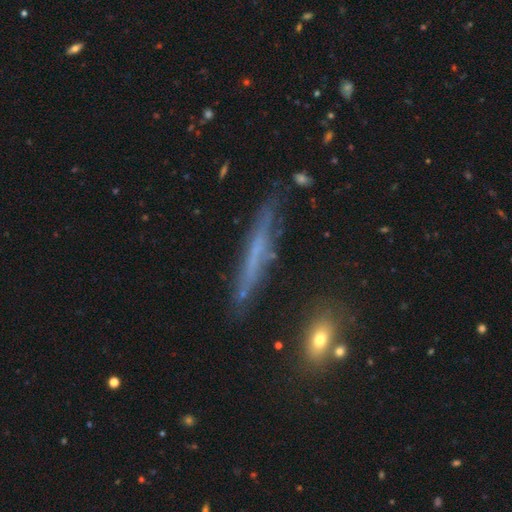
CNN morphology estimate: Smooth or featured: featured or disk — 51% (smooth — 40%)
Edge-on disk: yes — 87% (no — 13%)
Merging: none — 76% (minor disturbance — 17%)